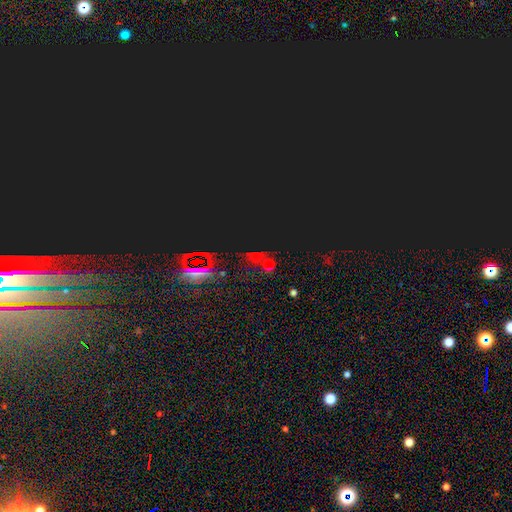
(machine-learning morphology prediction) smooth-or-featured: star or artifact: 74% | smooth: 17% | featured or disk: 8%